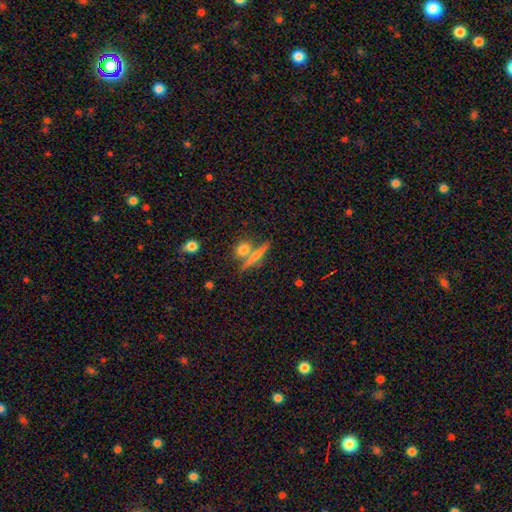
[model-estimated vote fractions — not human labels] The model was most divided on "smooth or featured": featured or disk: 47%, smooth: 43%, star or artifact: 10%. More confident: merging — none (64%).